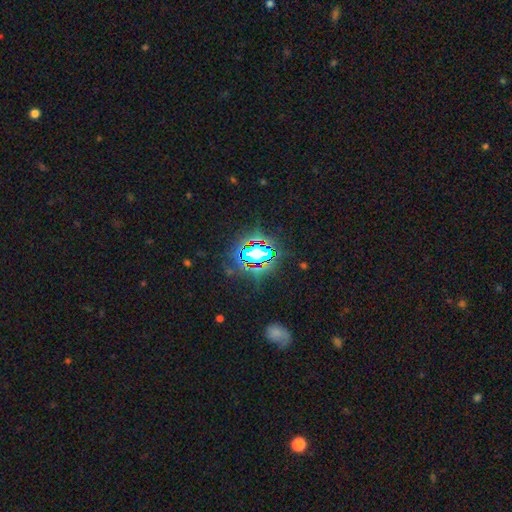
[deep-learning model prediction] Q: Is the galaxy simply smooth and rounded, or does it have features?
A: star or artifact — 71%.